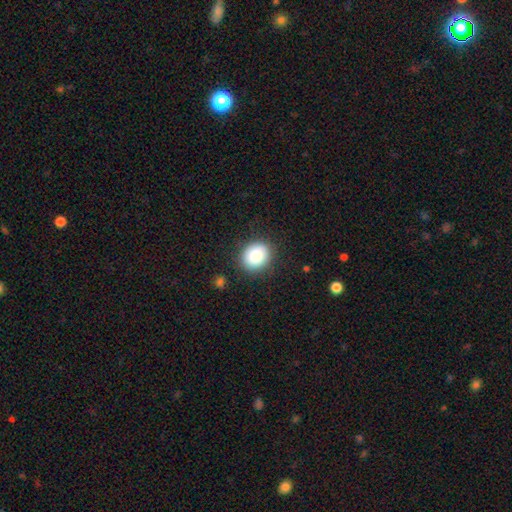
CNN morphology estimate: This is clearly a smooth galaxy (84%). How rounded: likely round (68%). Merging: clearly none (87%).